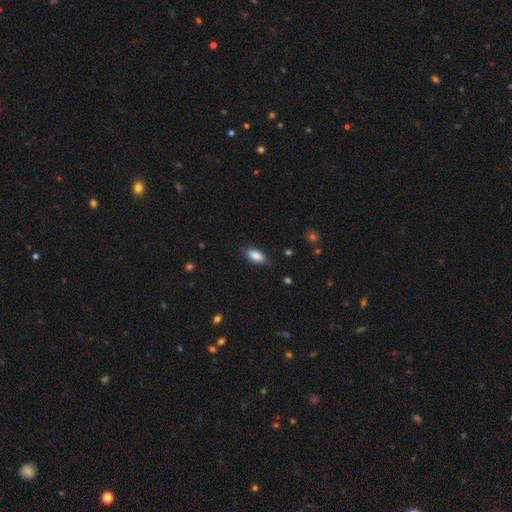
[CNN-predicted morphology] Overall: smooth (87%). How rounded: in between (88%). Merging: none (80%).